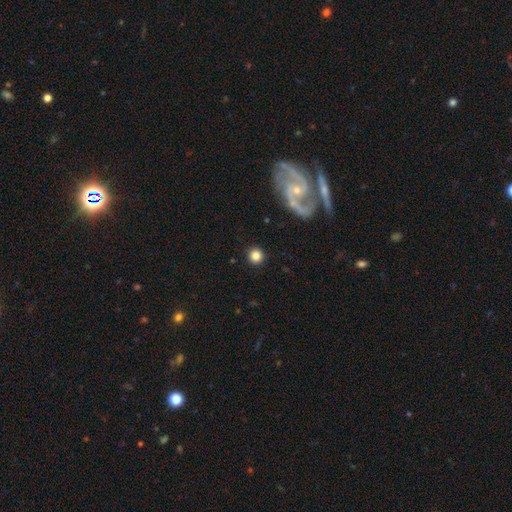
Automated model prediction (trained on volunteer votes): This is clearly a smooth galaxy (82%). How rounded: clearly round (95%). Merging: clearly none (92%).